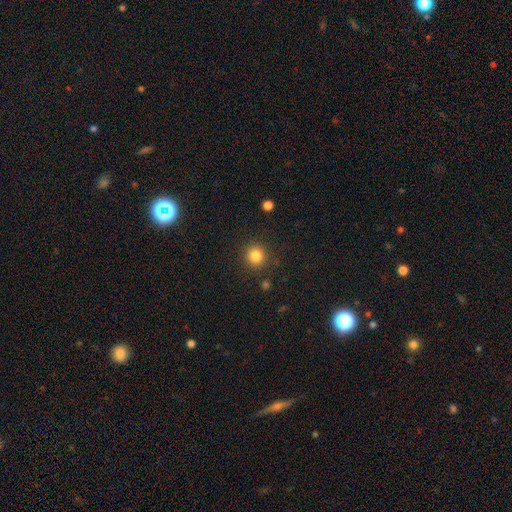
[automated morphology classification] A smooth galaxy with no disk features (84%) that is round (93%). Merging: none (89%).